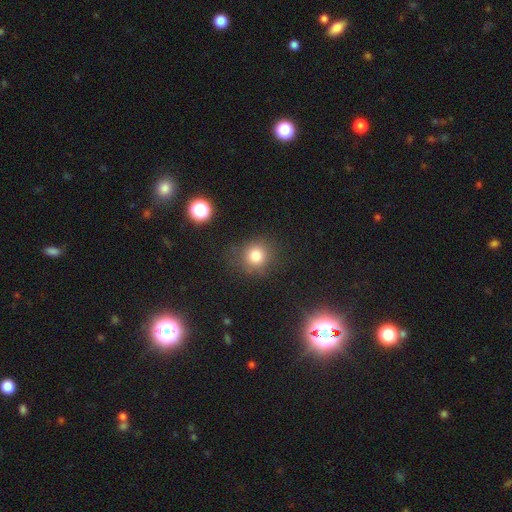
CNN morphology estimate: A smooth galaxy with no disk features (79%) that is round (88%). Merging: none (81%).